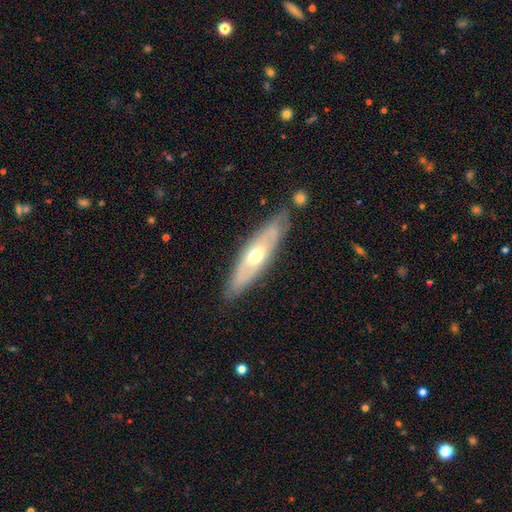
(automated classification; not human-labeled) smooth-or-featured: featured or disk: 64% | smooth: 30% | star or artifact: 6%
  disk-edge-on: no: 54% | yes: 46%
  merging: none: 79% | minor disturbance: 14% | major disturbance: 3% | merger: 3%